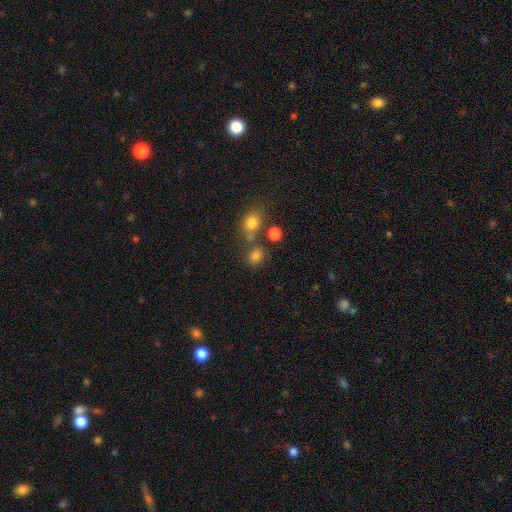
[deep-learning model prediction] This is likely a smooth galaxy (78%). How rounded: likely round (65%). Merging: likely none (65%).